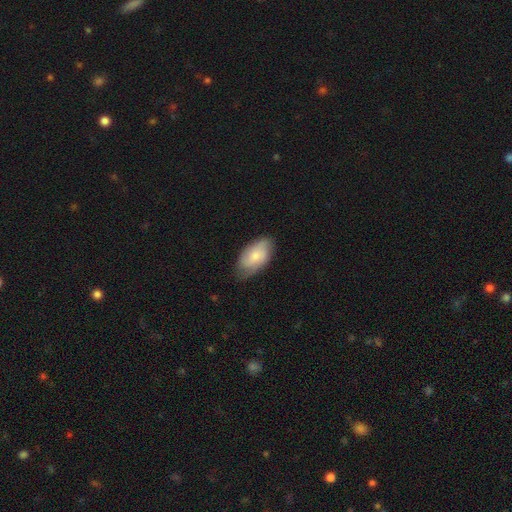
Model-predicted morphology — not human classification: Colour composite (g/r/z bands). It shows a smooth galaxy with no disk features (58%) that is in between round and cigar-shaped (93%). Merging: none (71%).